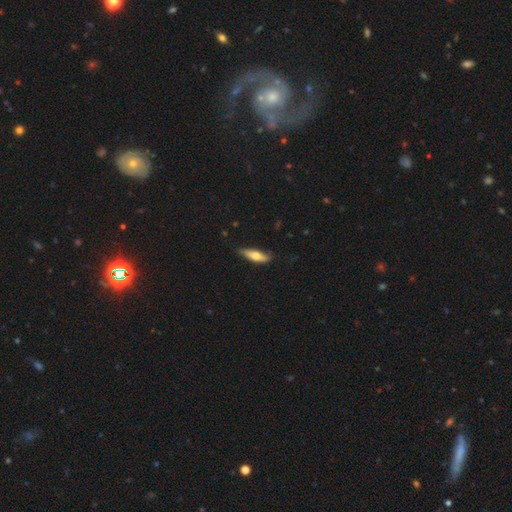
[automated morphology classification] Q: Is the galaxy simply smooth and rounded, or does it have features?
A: smooth — 60%.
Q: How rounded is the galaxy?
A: cigar-shaped — 60%.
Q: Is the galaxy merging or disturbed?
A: none — 77%.